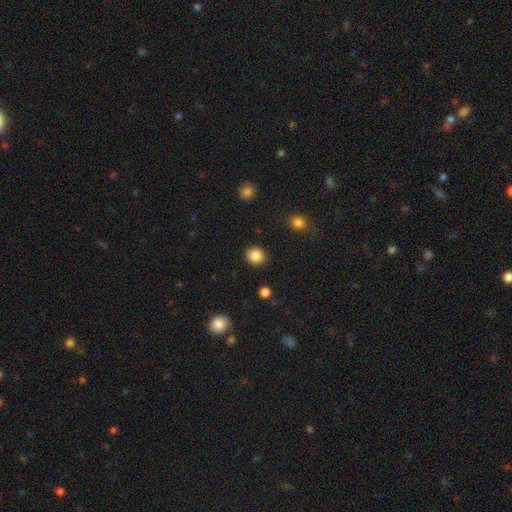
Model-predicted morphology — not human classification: The model was most divided on "how rounded": round: 85%, in between: 14%, cigar-shaped: 1%. More confident: merging — none (91%); smooth or featured — smooth (86%).